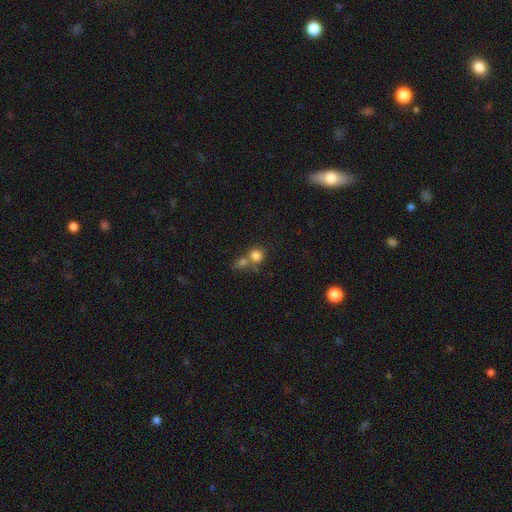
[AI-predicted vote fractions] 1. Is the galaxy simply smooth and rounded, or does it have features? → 80% smooth, 12% star or artifact, 8% featured or disk.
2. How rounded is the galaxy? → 86% round, 13% in between, 1% cigar-shaped.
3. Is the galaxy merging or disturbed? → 45% none, 42% merger, 9% minor disturbance, 5% major disturbance.